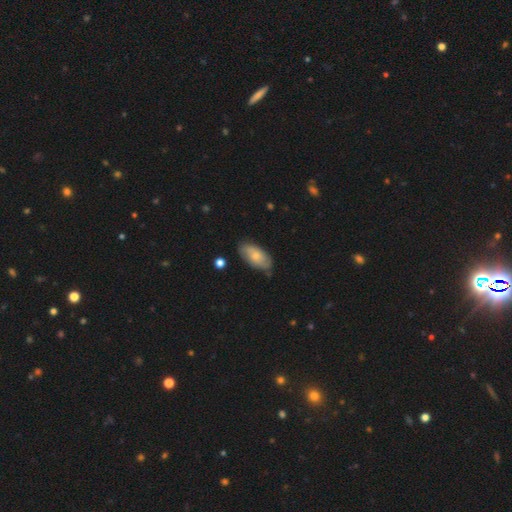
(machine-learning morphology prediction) Overall: smooth (60%; featured or disk 34%). How rounded: in between (92%). Merging: none (74%).